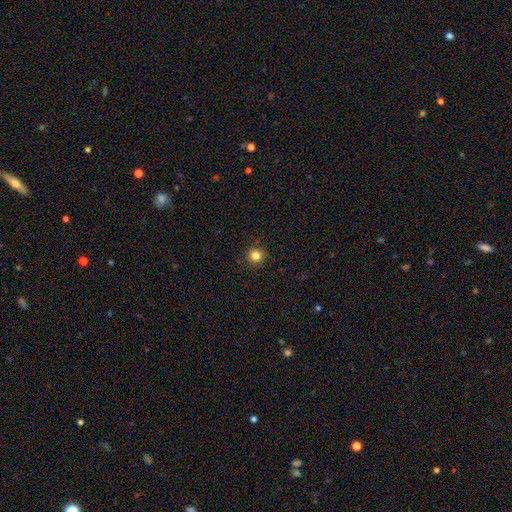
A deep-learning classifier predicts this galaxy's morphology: smooth_or_featured: smooth (p=0.82) [alt: star or artifact p=0.13]
how_rounded: round (p=0.95) [alt: in between p=0.04]
merging: none (p=0.92) [alt: minor disturbance p=0.05]